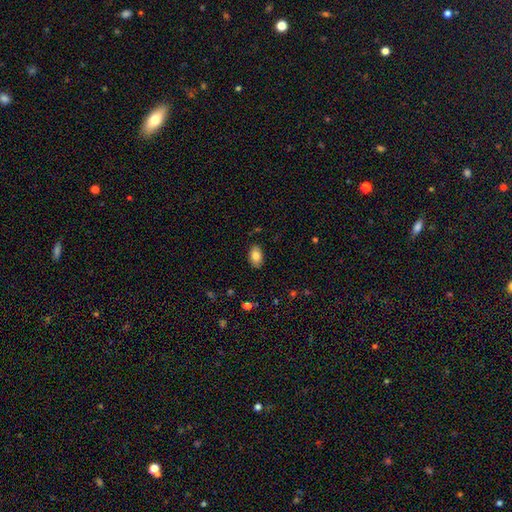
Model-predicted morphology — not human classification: smooth 82%, featured or disk 11%, star or artifact 8%. Down the decision tree: how rounded — in between (90%); merging — none (86%).